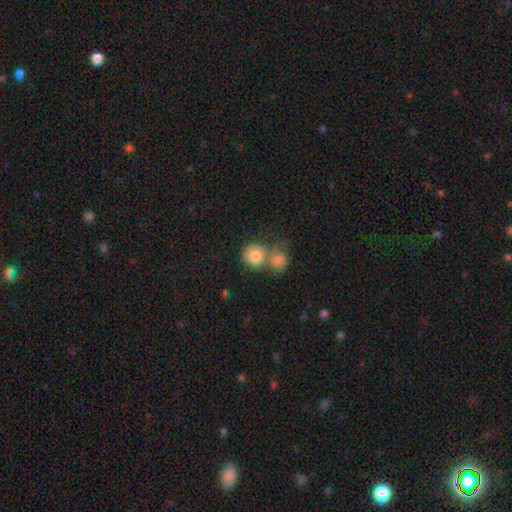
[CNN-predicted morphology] smooth 81%, featured or disk 11%, star or artifact 8%. Down the decision tree: how rounded — round (78%); merging — merger (53%).